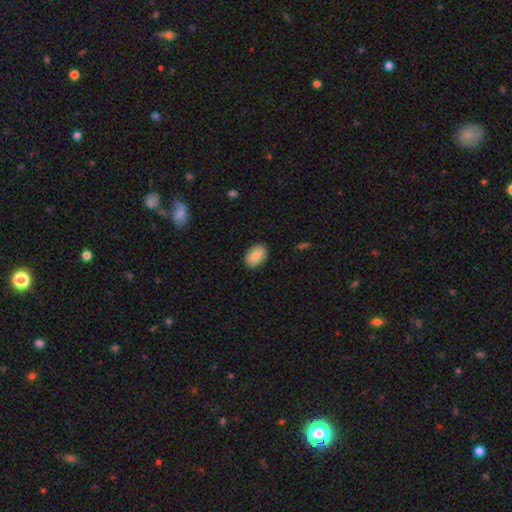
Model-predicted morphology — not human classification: Q: Smooth or featured?
A: smooth (86%); runner-up: featured or disk (8%)
Q: How rounded?
A: in between (89%); runner-up: round (10%)
Q: Merging?
A: none (88%); runner-up: minor disturbance (9%)